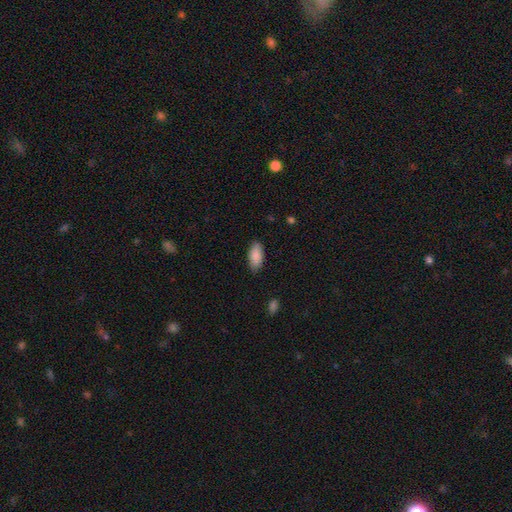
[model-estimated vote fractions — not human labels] This is clearly a smooth galaxy (88%). How rounded: clearly in between (91%). Merging: clearly none (84%).